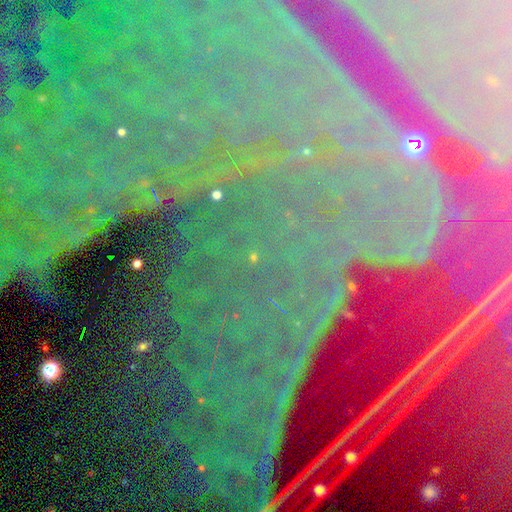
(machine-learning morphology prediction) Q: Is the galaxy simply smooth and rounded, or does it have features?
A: star or artifact — 87%.